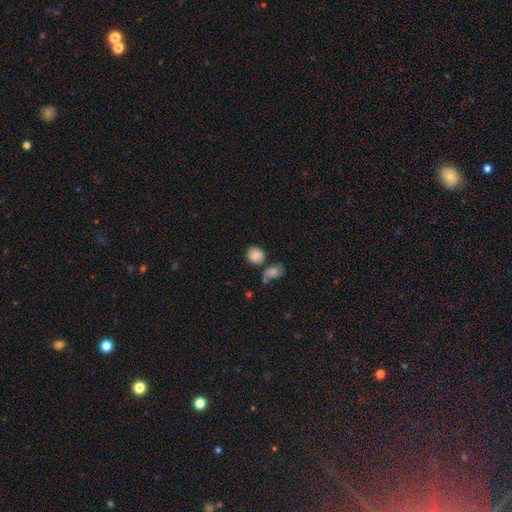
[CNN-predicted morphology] Q: Smooth or featured?
A: smooth (82%); runner-up: featured or disk (9%)
Q: How rounded?
A: round (82%); runner-up: in between (16%)
Q: Merging?
A: none (58%); runner-up: merger (21%)